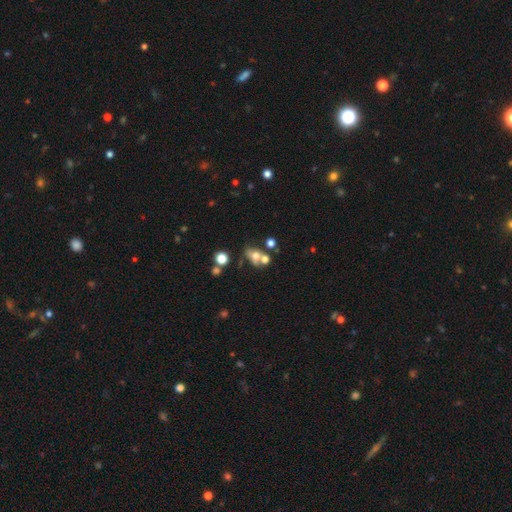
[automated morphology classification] Smooth or featured? Predicted: smooth (p=0.54). How rounded? Predicted: in between (p=0.58). Merging? Predicted: merger (p=0.40).